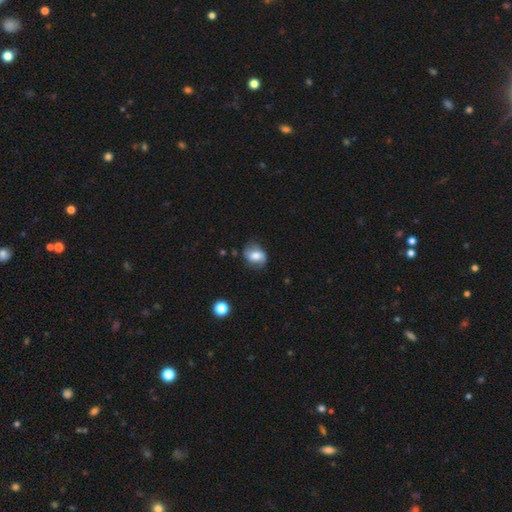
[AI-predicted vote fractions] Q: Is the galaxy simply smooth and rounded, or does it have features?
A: smooth — 51%.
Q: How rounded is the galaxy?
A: in between — 58%.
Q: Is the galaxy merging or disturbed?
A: none — 68%.